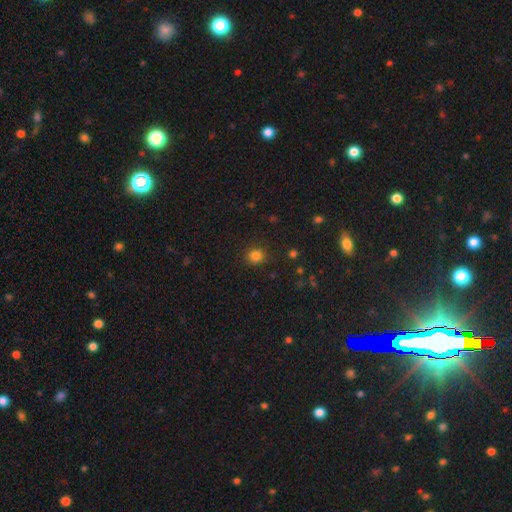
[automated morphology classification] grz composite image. It shows a smooth galaxy with no disk features (82%) that is round (82%). Merging: none (85%).